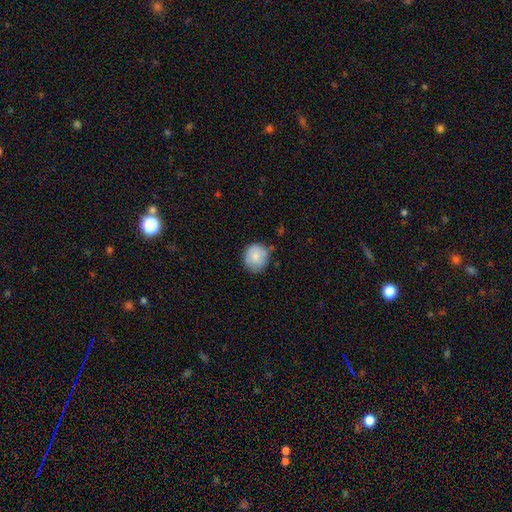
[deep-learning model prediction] A smooth galaxy with no disk features (83%) that is round (86%).

Vote fractions:
- Smooth or featured? smooth: 83% / featured or disk: 10% / star or artifact: 7%
- How rounded? round: 86% / in between: 13% / cigar-shaped: 1%
- Merging? none: 76% / minor disturbance: 18% / major disturbance: 3% / merger: 2%